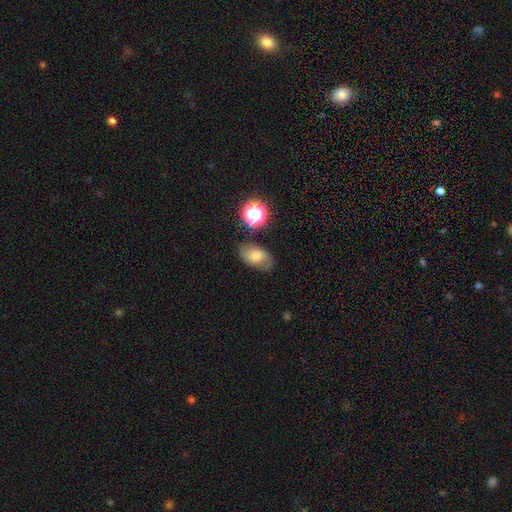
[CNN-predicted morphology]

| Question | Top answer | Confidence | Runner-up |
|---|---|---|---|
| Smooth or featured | smooth | 56% | featured or disk (29%) |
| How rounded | in between | 84% | round (14%) |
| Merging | none | 72% | minor disturbance (19%) |